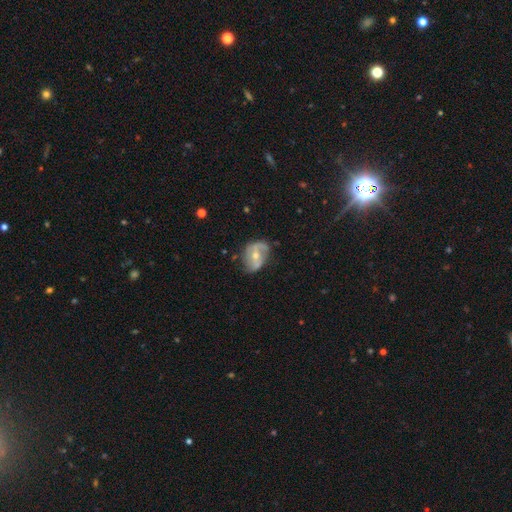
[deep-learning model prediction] A featured or disk galaxy (71%) with a weak bar (40%), 2 (77%) loose (45%) spiral arms (79%) and a moderate central bulge (58%).

Vote fractions:
- Smooth or featured? featured or disk: 71% / smooth: 23% / star or artifact: 7%
- Edge-on disk? no: 96% / yes: 4%
- Bar? weak: 40% / no: 38% / strong: 23%
- Spiral arms? yes: 79% / no: 21%
- Spiral winding? loose: 45% / medium: 38% / tight: 17%
- Spiral arm count? 2: 77% / can't tell: 12% / 1: 7% / 3: 3% / 4: 1% / more than 4: 1%
- Bulge size? moderate: 58% / small: 37% / large: 2% / none: 2% / dominant: 1%
- Merging? none: 59% / minor disturbance: 28% / major disturbance: 11% / merger: 2%